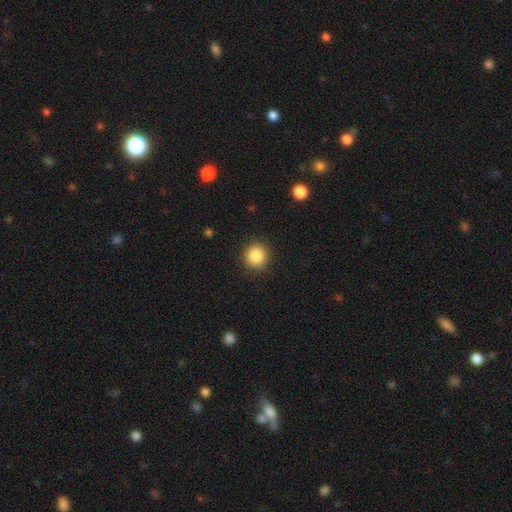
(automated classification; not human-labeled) Smooth or featured: smooth — 87% (star or artifact — 9%)
How rounded: round — 91% (in between — 8%)
Merging: none — 90% (minor disturbance — 7%)